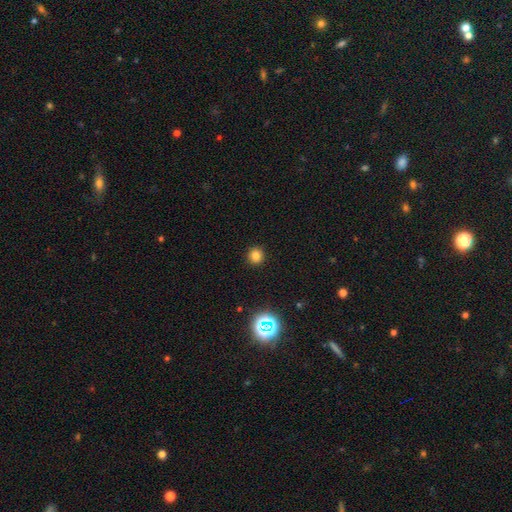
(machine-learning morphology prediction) This is likely a smooth galaxy (80%). How rounded: clearly round (91%). Merging: clearly none (91%).